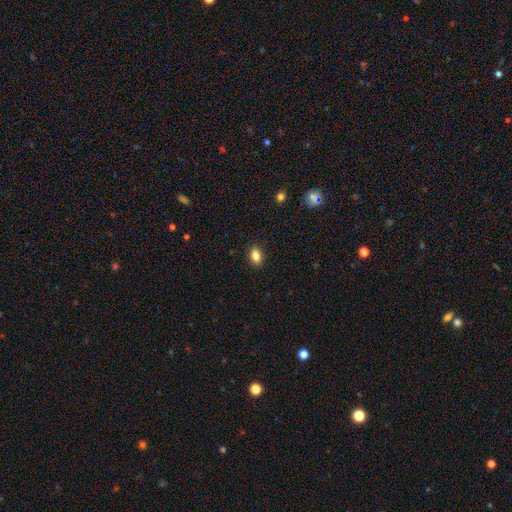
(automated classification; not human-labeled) Q: Smooth or featured?
A: smooth (84%); runner-up: star or artifact (9%)
Q: How rounded?
A: in between (81%); runner-up: round (16%)
Q: Merging?
A: none (89%); runner-up: minor disturbance (8%)